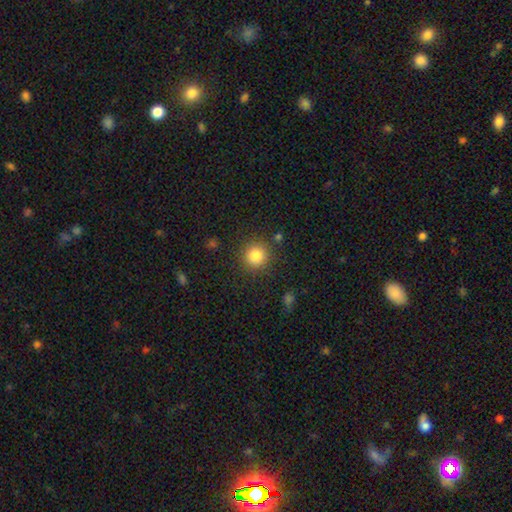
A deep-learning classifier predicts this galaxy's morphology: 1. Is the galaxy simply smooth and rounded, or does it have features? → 84% smooth, 11% star or artifact, 5% featured or disk.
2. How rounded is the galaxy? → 94% round, 5% in between, 1% cigar-shaped.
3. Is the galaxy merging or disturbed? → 88% none, 7% minor disturbance, 3% major disturbance, 2% merger.